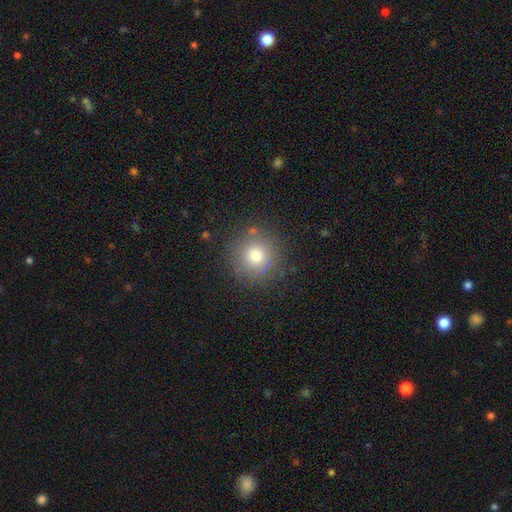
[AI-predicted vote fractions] This is likely a smooth galaxy (76%). How rounded: clearly round (94%). Merging: clearly none (85%).